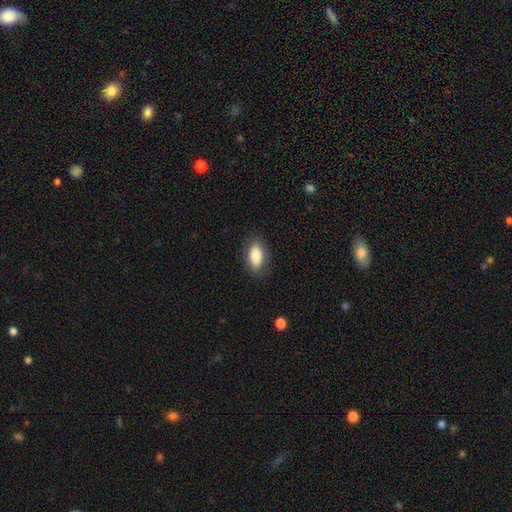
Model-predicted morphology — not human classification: Smooth or featured?
  - smooth: 82% *
  - featured or disk: 11%
  - star or artifact: 7%
How rounded?
  - in between: 87% *
  - cigar-shaped: 9%
  - round: 4%
Merging?
  - none: 86% *
  - minor disturbance: 10%
  - major disturbance: 3%
  - merger: 1%